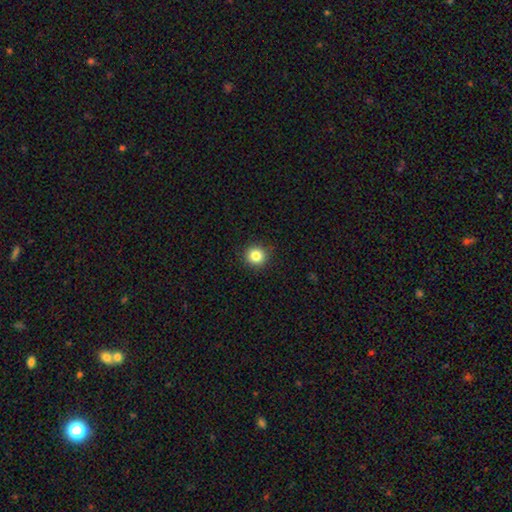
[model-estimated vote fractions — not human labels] Q: Smooth or featured?
A: smooth (84%); runner-up: star or artifact (11%)
Q: How rounded?
A: round (94%); runner-up: in between (5%)
Q: Merging?
A: none (91%); runner-up: minor disturbance (6%)